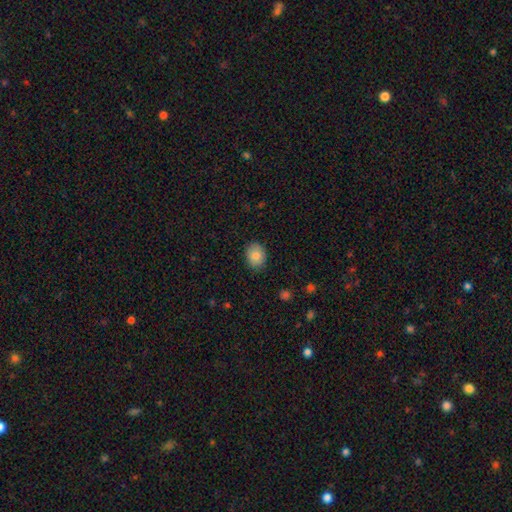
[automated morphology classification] A smooth galaxy with no disk features (85%) that is in between round and cigar-shaped (55%).

Vote fractions:
- Smooth or featured? smooth: 85% / star or artifact: 8% / featured or disk: 7%
- How rounded? in between: 55% / round: 44% / cigar-shaped: 1%
- Merging? none: 86% / minor disturbance: 10% / major disturbance: 2% / merger: 1%